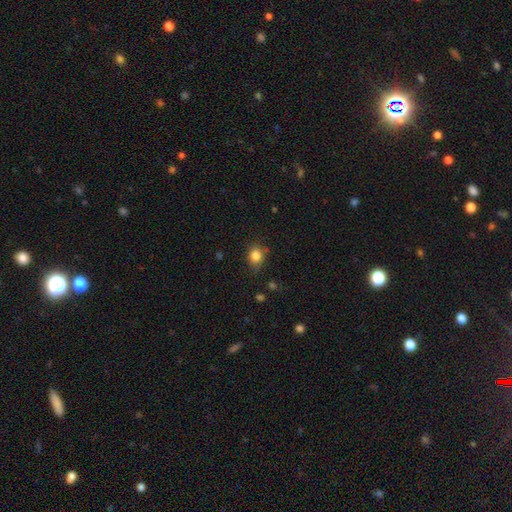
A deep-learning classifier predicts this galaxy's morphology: A smooth galaxy with no disk features (83%) that is round (60%).

Vote fractions:
- Smooth or featured? smooth: 83% / star or artifact: 11% / featured or disk: 6%
- How rounded? round: 60% / in between: 39% / cigar-shaped: 1%
- Merging? none: 74% / minor disturbance: 19% / major disturbance: 4% / merger: 3%